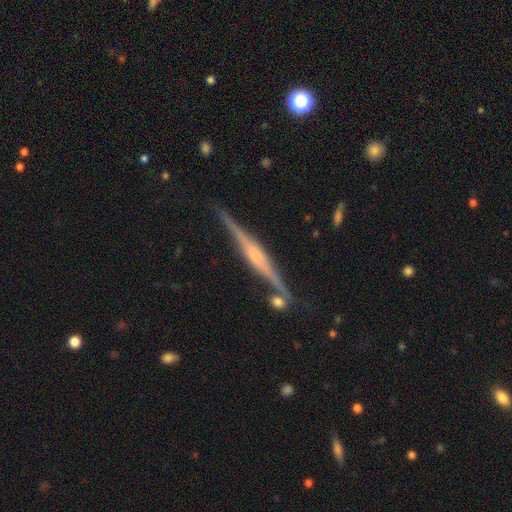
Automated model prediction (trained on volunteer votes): smooth-or-featured: featured or disk: 83% | smooth: 11% | star or artifact: 6%
  disk-edge-on: yes: 98% | no: 2%
    edge-on-bulge: rounded: 58% | boxy: 30% | none: 12%
  merging: none: 85% | minor disturbance: 9% | merger: 4% | major disturbance: 2%